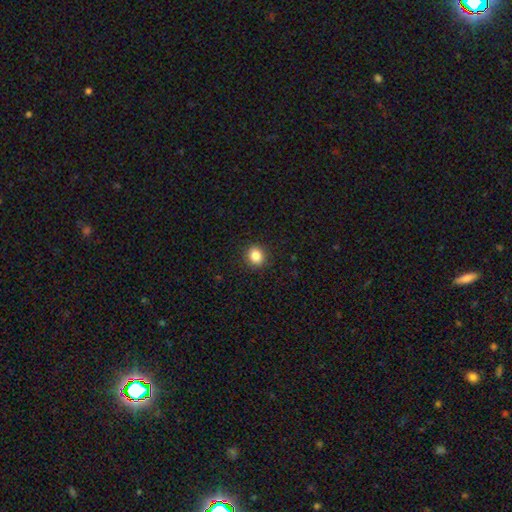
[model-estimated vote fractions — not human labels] smooth-or-featured: smooth: 86% | star or artifact: 10% | featured or disk: 4%
  how-rounded: round: 78% | in between: 21% | cigar-shaped: 1%
  merging: none: 91% | minor disturbance: 6% | major disturbance: 2% | merger: 1%